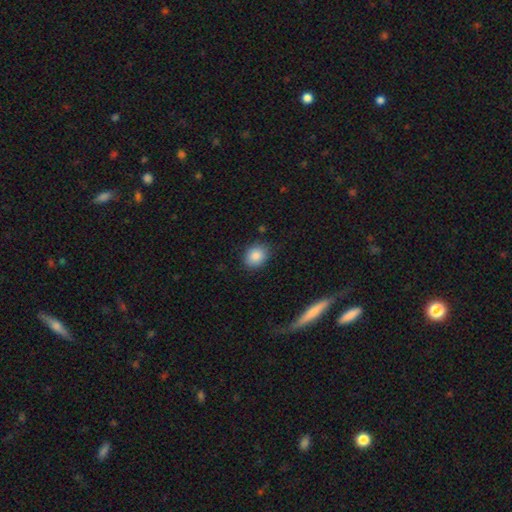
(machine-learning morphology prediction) Smooth or featured? smooth (86%)
How rounded? round (55%)
Merging? none (83%)